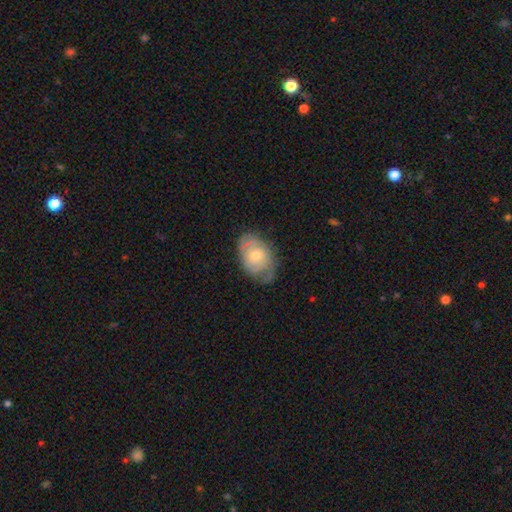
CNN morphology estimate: smooth_or_featured: featured or disk (p=0.54) [alt: smooth p=0.40]
disk_edge_on: no (p=0.95) [alt: yes p=0.05]
bar: no (p=0.79) [alt: weak p=0.19]
has_spiral_arms: yes (p=0.75) [alt: no p=0.25]
bulge_size: moderate (p=0.54) [alt: small p=0.40]
merging: none (p=0.58) [alt: minor disturbance p=0.30]